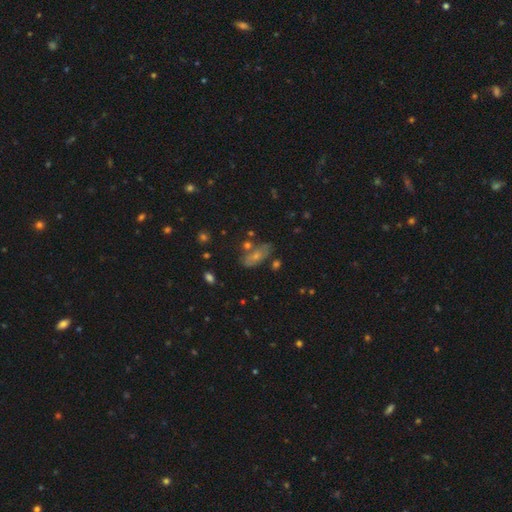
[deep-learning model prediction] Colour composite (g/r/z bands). It shows a smooth galaxy with no disk features (62%) that is in between round and cigar-shaped (82%). Merging: none (54%).